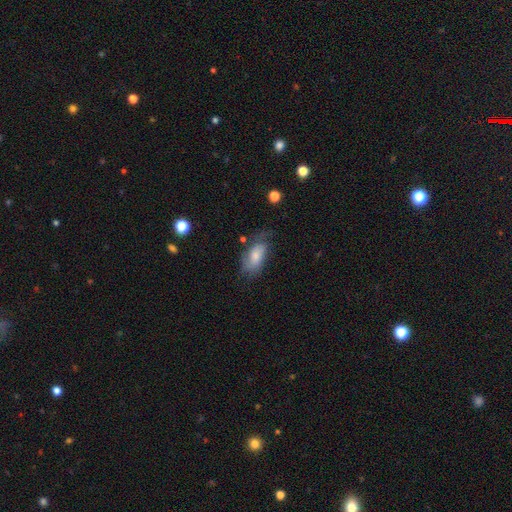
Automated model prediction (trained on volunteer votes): A smooth galaxy with no disk features (64%) that is in between round and cigar-shaped (90%).

Vote fractions:
- Smooth or featured? smooth: 64% / featured or disk: 29% / star or artifact: 8%
- How rounded? in between: 90% / cigar-shaped: 6% / round: 4%
- Merging? none: 47% / minor disturbance: 31% / major disturbance: 18% / merger: 3%